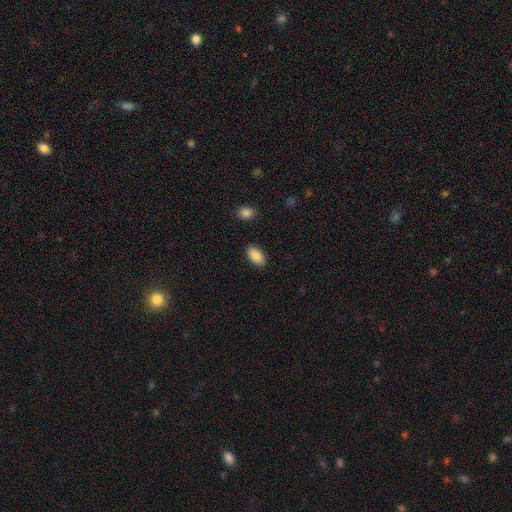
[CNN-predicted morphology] type=smooth (88%); roundness=in between (93%); merging=none (87%).